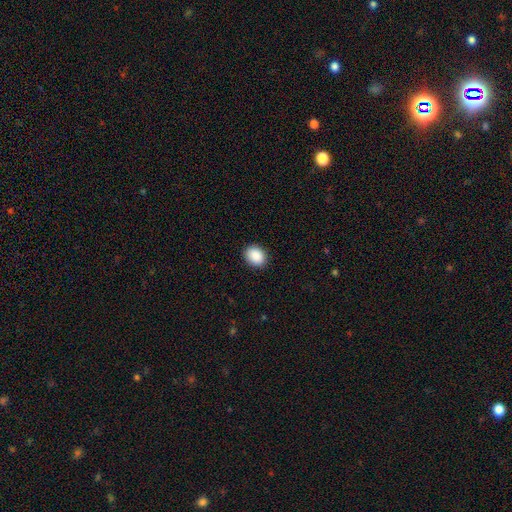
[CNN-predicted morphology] Smooth or featured? Predicted: smooth (p=0.90). How rounded? Predicted: in between (p=0.58). Merging? Predicted: none (p=0.90).